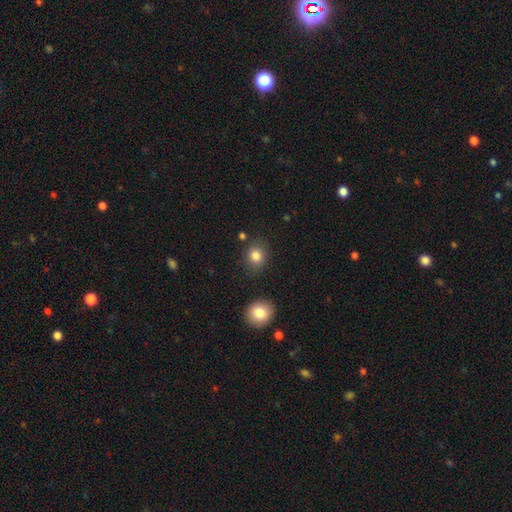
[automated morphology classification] This is clearly a smooth galaxy (83%). How rounded: likely round (62%). Merging: clearly none (80%).